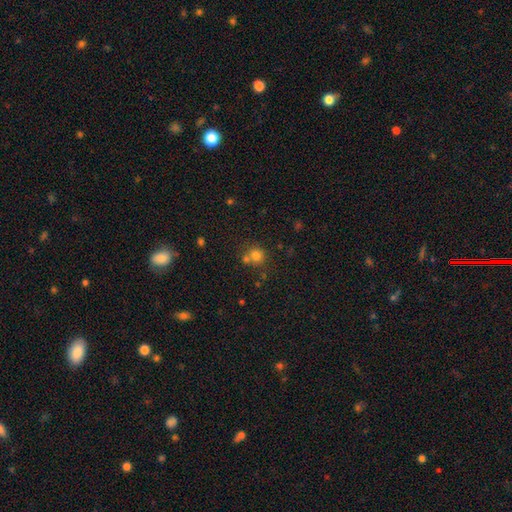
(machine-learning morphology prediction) This is likely a smooth galaxy (75%). How rounded: clearly round (87%). Merging: possibly none (57%).